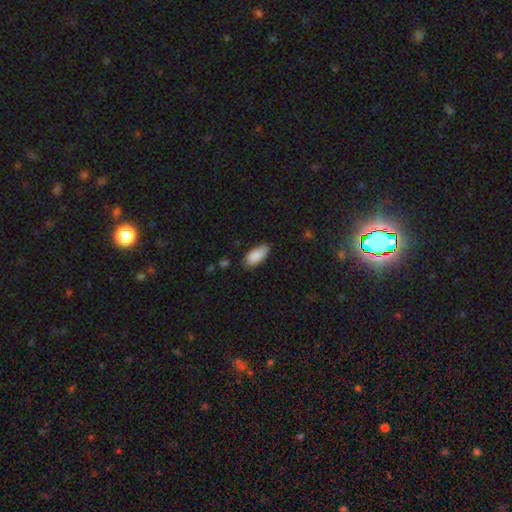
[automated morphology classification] smooth_or_featured: smooth (p=0.89) [alt: star or artifact p=0.06]
how_rounded: in between (p=0.87) [alt: cigar-shaped p=0.11]
merging: none (p=0.76) [alt: minor disturbance p=0.19]